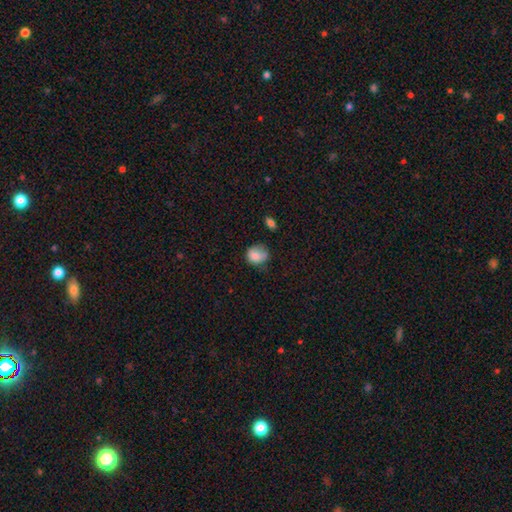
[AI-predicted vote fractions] smooth-or-featured: smooth: 82% | star or artifact: 9% | featured or disk: 9%
  how-rounded: round: 67% | in between: 32% | cigar-shaped: 1%
  merging: none: 48% | minor disturbance: 36% | major disturbance: 12% | merger: 3%